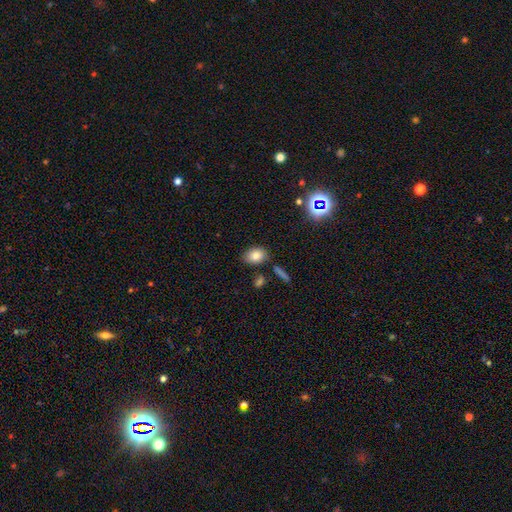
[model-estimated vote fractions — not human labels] A smooth galaxy with no disk features (80%) that is in between round and cigar-shaped (77%).

Vote fractions:
- Smooth or featured? smooth: 80% / star or artifact: 10% / featured or disk: 10%
- How rounded? in between: 77% / round: 21% / cigar-shaped: 2%
- Merging? none: 78% / minor disturbance: 12% / merger: 7% / major disturbance: 3%